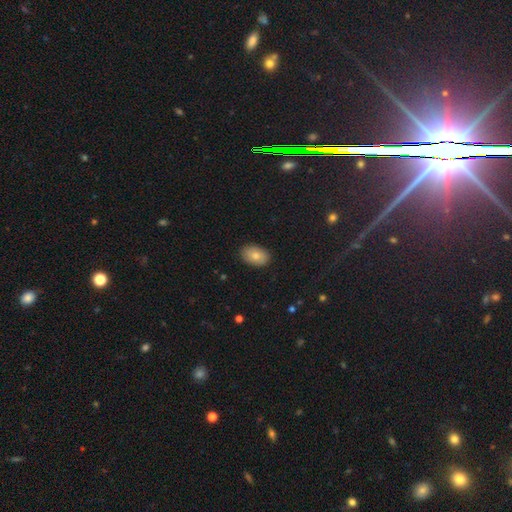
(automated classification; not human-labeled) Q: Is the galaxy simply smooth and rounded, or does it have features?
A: smooth — 82%.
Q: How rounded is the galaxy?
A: in between — 88%.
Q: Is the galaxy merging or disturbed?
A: none — 89%.